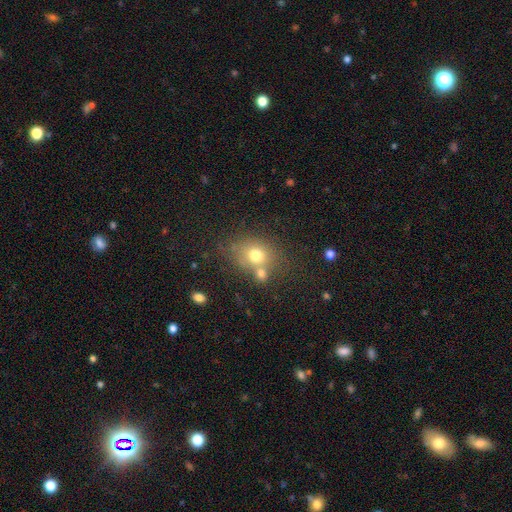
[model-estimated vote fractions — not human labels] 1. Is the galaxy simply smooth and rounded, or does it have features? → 71% smooth, 16% featured or disk, 14% star or artifact.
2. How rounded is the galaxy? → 63% round, 36% in between, 1% cigar-shaped.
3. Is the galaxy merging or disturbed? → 51% none, 30% merger, 13% minor disturbance, 6% major disturbance.